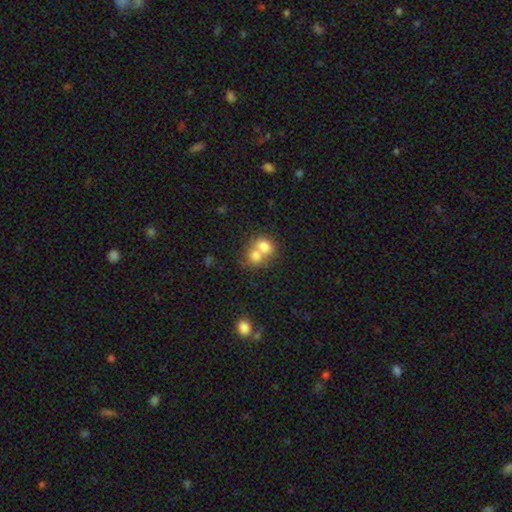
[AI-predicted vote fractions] Smooth or featured?
  - smooth: 74% *
  - featured or disk: 17%
  - star or artifact: 9%
How rounded?
  - round: 65% *
  - in between: 34%
  - cigar-shaped: 1%
Merging?
  - merger: 70% *
  - none: 22%
  - minor disturbance: 5%
  - major disturbance: 3%